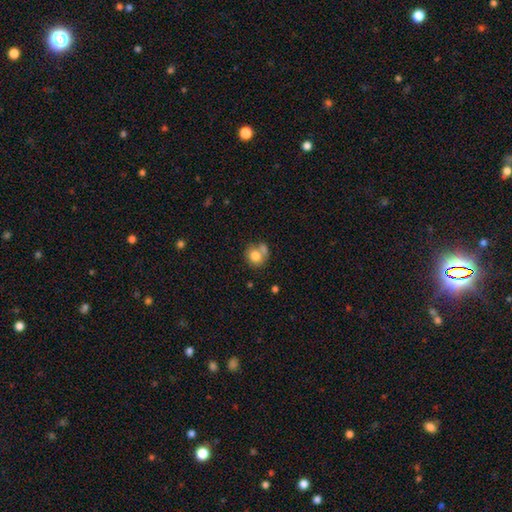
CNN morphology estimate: This is likely a smooth galaxy (79%). How rounded: likely round (75%). Merging: marginally none (43%).